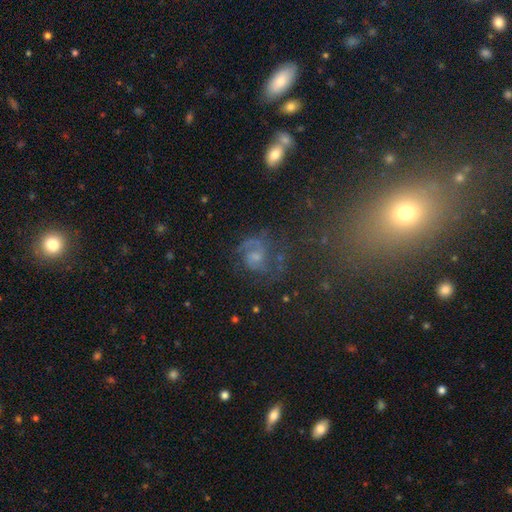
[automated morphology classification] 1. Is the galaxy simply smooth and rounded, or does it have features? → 68% featured or disk, 17% star or artifact, 15% smooth.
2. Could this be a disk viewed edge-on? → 98% no, 2% yes.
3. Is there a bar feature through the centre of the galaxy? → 62% no, 32% weak, 6% strong.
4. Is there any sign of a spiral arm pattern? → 92% yes, 8% no.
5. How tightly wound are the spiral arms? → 53% medium, 26% tight, 21% loose.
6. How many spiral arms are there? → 67% 2, 15% 1, 10% can't tell, 4% 3, 2% 4, 2% more than 4.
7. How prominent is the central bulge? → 44% small, 35% moderate, 13% none, 5% large, 2% dominant.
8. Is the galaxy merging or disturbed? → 61% none, 18% major disturbance, 18% minor disturbance, 4% merger.